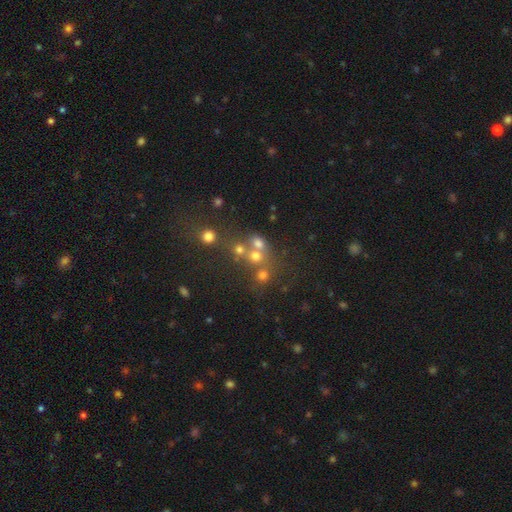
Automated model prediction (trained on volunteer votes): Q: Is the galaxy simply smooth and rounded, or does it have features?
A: smooth — 57%.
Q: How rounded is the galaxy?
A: round — 77%.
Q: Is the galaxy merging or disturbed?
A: none — 46%.